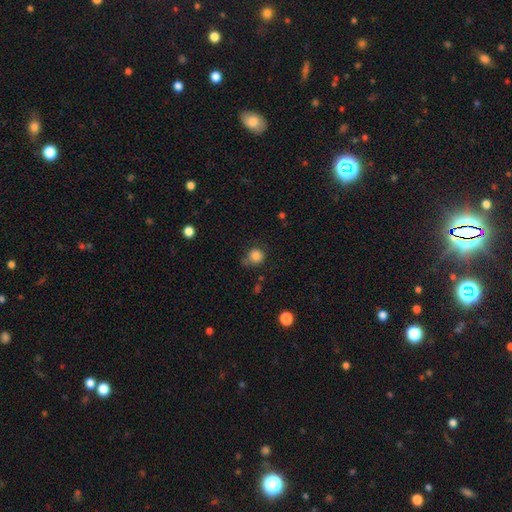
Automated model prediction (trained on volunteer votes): A smooth galaxy with no disk features (84%) that is round (87%). Merging: none (62%).